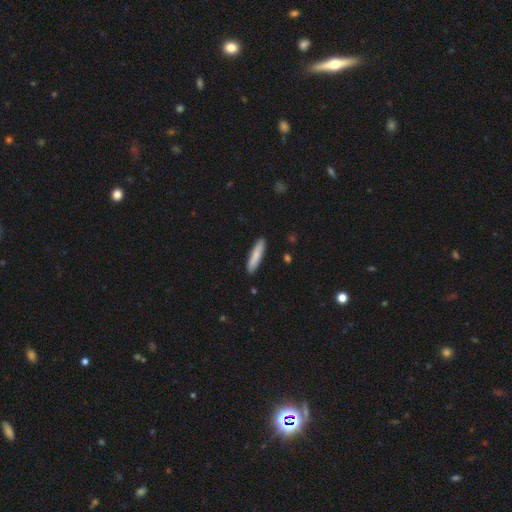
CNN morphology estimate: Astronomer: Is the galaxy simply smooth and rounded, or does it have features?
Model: smooth — 80%.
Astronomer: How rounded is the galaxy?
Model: cigar-shaped — 82%.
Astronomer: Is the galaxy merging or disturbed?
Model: none — 89%.